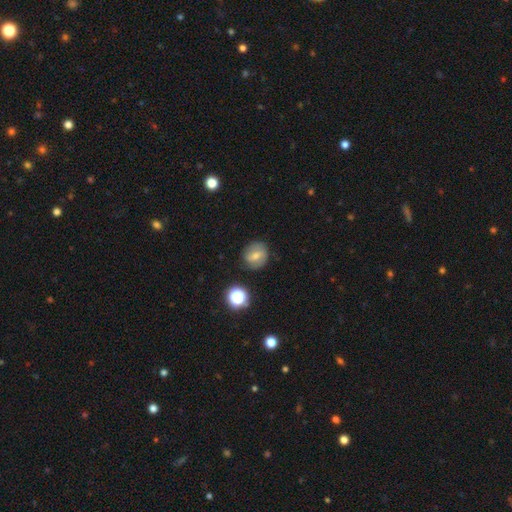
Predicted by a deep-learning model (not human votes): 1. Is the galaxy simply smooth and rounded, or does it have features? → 49% smooth, 38% featured or disk, 13% star or artifact.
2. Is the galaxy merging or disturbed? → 78% none, 15% minor disturbance, 5% major disturbance, 3% merger.